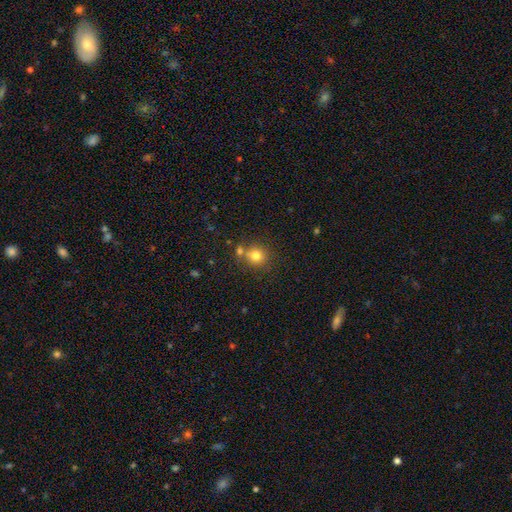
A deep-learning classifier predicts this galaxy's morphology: type=smooth (77%); roundness=round (87%); merging=none (64%).